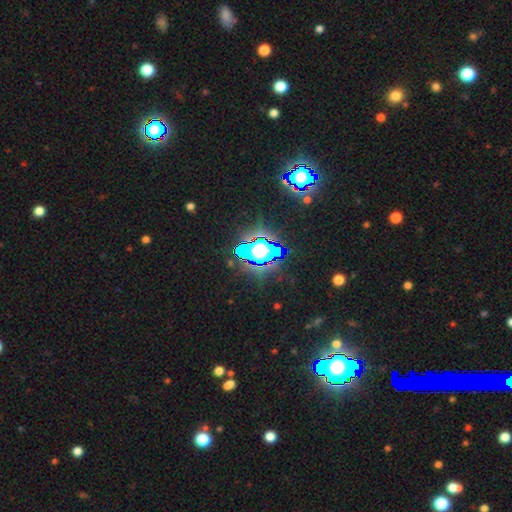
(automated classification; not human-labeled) The model was most divided on "smooth or featured": star or artifact: 77%, smooth: 13%, featured or disk: 11%.